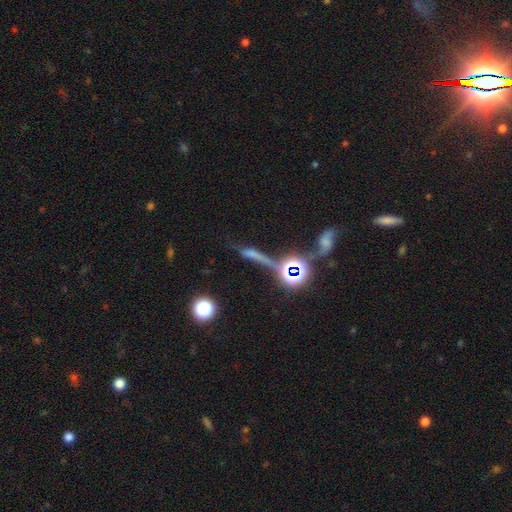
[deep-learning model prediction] Smooth or featured: star or artifact — 40% (smooth — 31%)